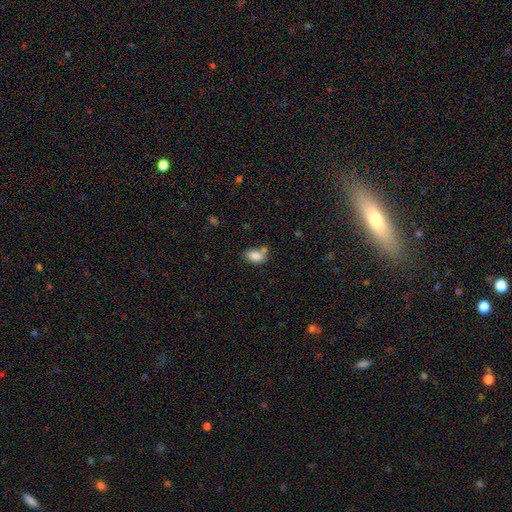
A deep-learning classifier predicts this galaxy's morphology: The model was most divided on "merging": none: 49%, merger: 27%, minor disturbance: 18%, major disturbance: 6%. More confident: how rounded — in between (87%); smooth or featured — smooth (84%).